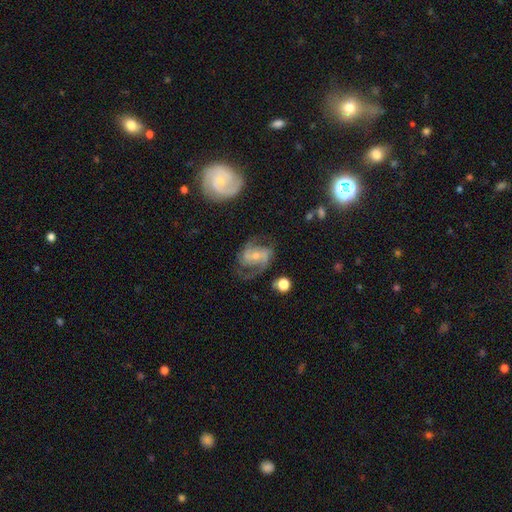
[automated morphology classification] Overall: featured or disk (85%). Edge-on disk: no (97%). Bar: no (45%; weak 40%). Spiral arms: yes (96%). Spiral arm count: 2 (73%). Spiral winding: medium (55%; loose 24%). Bulge size: small (60%; moderate 33%). Merging: none (62%).